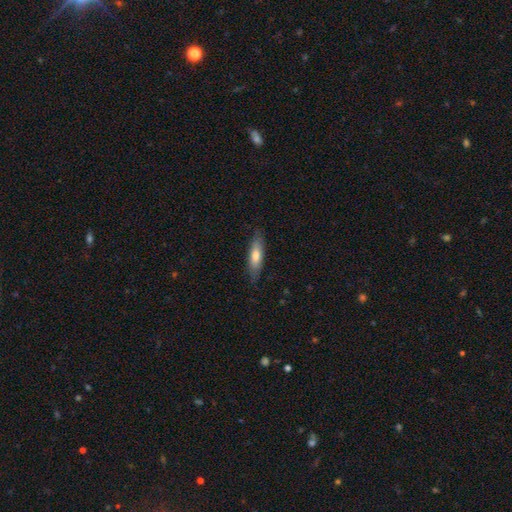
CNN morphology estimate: smooth-or-featured: smooth: 67% | featured or disk: 28% | star or artifact: 6%
  how-rounded: cigar-shaped: 56% | in between: 42% | round: 2%
  merging: none: 82% | minor disturbance: 14% | major disturbance: 3% | merger: 1%